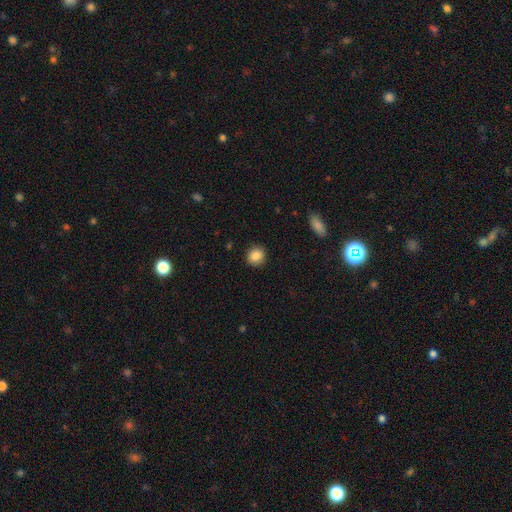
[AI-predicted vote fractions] Smooth or featured?
  - smooth: 87% *
  - star or artifact: 9%
  - featured or disk: 4%
How rounded?
  - round: 86% *
  - in between: 13%
  - cigar-shaped: 1%
Merging?
  - none: 90% *
  - minor disturbance: 7%
  - major disturbance: 2%
  - merger: 1%